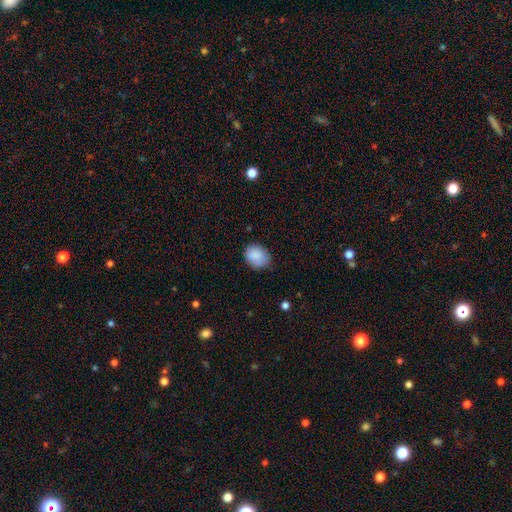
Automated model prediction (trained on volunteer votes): Smooth or featured? smooth (87%)
How rounded? round (53%)
Merging? none (76%)